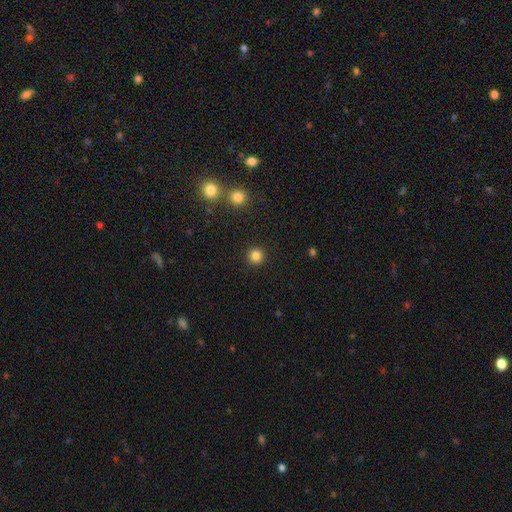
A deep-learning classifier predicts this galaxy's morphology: Q: Smooth or featured?
A: smooth (84%); runner-up: star or artifact (12%)
Q: How rounded?
A: round (94%); runner-up: in between (5%)
Q: Merging?
A: none (92%); runner-up: minor disturbance (5%)